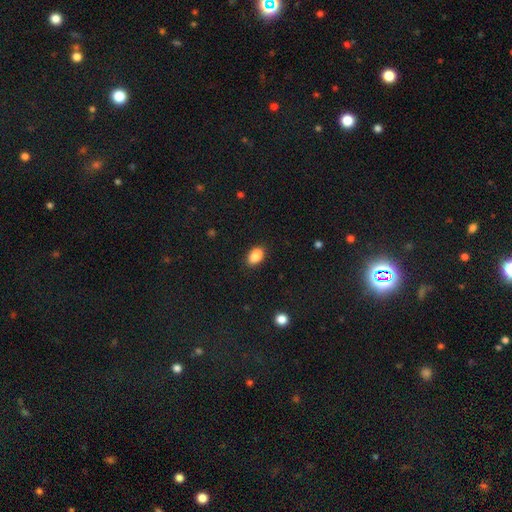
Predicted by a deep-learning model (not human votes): smooth 89%, star or artifact 8%, featured or disk 3%. Down the decision tree: how rounded — in between (90%); merging — none (87%).